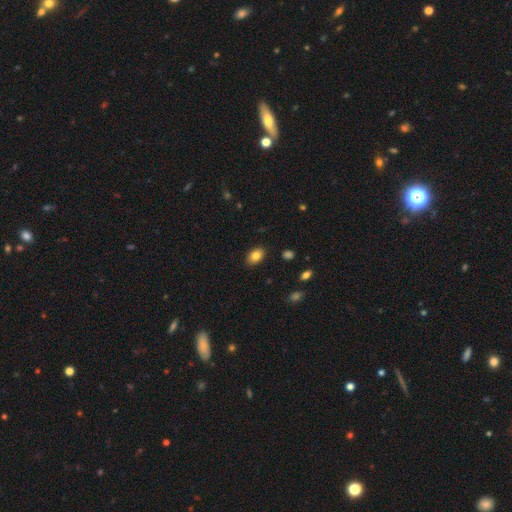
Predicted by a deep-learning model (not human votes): Smooth or featured?
  - smooth: 84% *
  - star or artifact: 9%
  - featured or disk: 8%
How rounded?
  - in between: 84% *
  - round: 15%
  - cigar-shaped: 1%
Merging?
  - none: 88% *
  - minor disturbance: 9%
  - major disturbance: 2%
  - merger: 1%